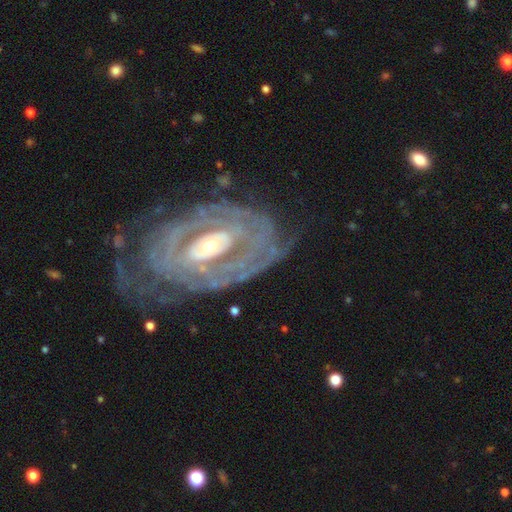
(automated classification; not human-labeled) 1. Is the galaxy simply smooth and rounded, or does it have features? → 87% featured or disk, 8% smooth, 6% star or artifact.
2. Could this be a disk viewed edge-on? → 94% no, 6% yes.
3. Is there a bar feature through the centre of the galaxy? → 38% weak, 33% no, 29% strong.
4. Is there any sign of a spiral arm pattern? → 90% yes, 10% no.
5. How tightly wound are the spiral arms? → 80% tight, 15% medium, 5% loose.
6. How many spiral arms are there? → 45% can't tell, 19% 2, 12% 3, 10% 4, 8% more than 4, 6% 1.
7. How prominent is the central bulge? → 53% small, 42% moderate, 3% large, 1% none, 1% dominant.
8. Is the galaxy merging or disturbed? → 69% none, 18% minor disturbance, 11% major disturbance, 2% merger.